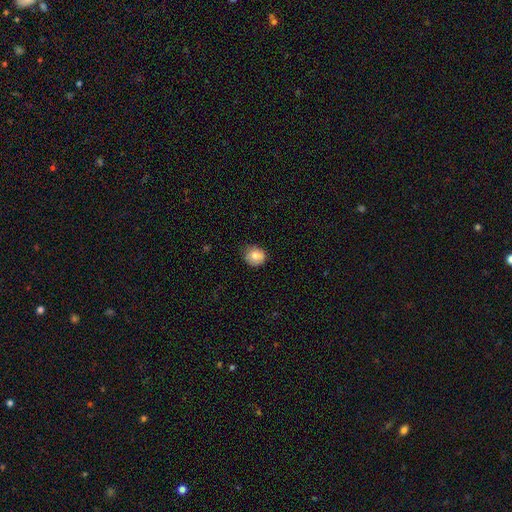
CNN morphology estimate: Overall: smooth (81%). How rounded: round (80%). Merging: none (76%).